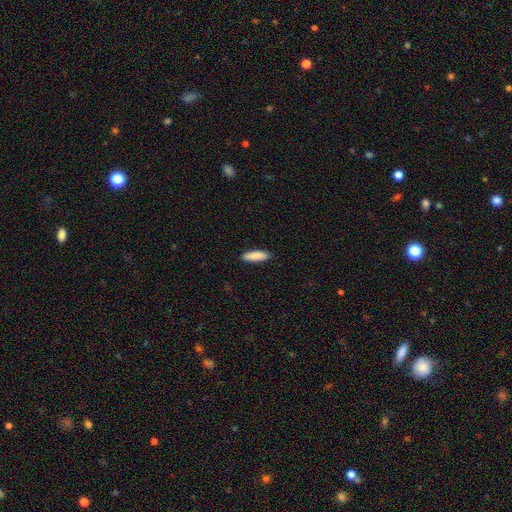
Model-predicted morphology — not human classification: type=smooth (88%); roundness=cigar-shaped (55%); merging=none (90%).